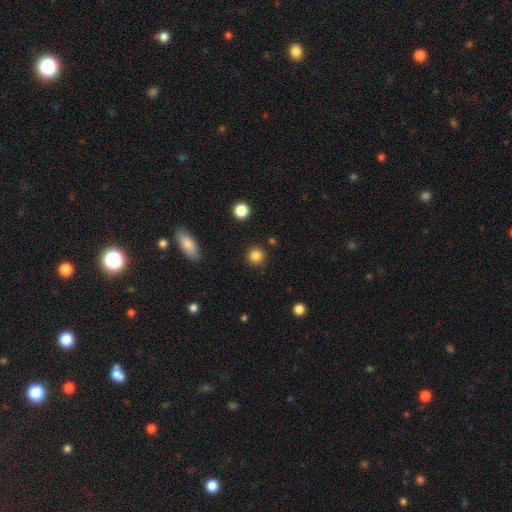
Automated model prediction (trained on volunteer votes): Overall: smooth (85%). How rounded: round (94%). Merging: none (90%).